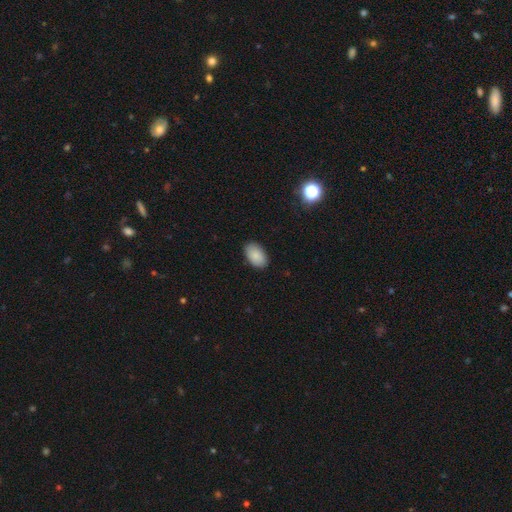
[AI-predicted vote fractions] Smooth or featured? Predicted: smooth (p=0.87). How rounded? Predicted: in between (p=0.93). Merging? Predicted: none (p=0.88).